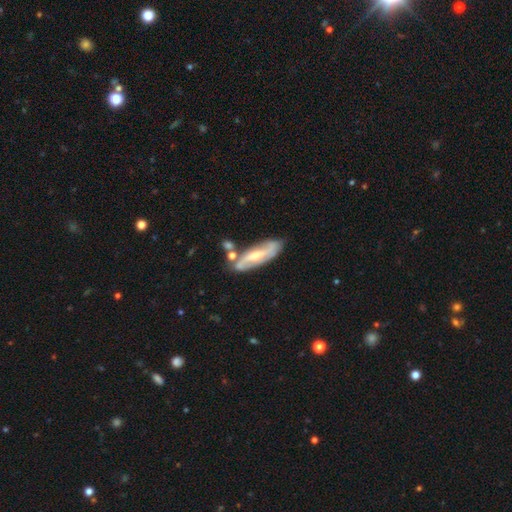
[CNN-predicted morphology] Smooth or featured?
  - featured or disk: 73% *
  - smooth: 21%
  - star or artifact: 5%
Edge-on disk?
  - no: 80% *
  - yes: 20%
Bar?
  - weak: 43% *
  - no: 29%
  - strong: 28%
Spiral arms?
  - yes: 87% *
  - no: 13%
Spiral winding?
  - medium: 40% *
  - loose: 36%
  - tight: 23%
Spiral arm count?
  - 2: 80% *
  - can't tell: 13%
  - 1: 3%
  - 3: 2%
  - 4: 1%
  - more than 4: 1%
Bulge size?
  - moderate: 58% *
  - small: 35%
  - large: 4%
  - none: 2%
  - dominant: 1%
Merging?
  - none: 69% *
  - minor disturbance: 17%
  - merger: 10%
  - major disturbance: 4%